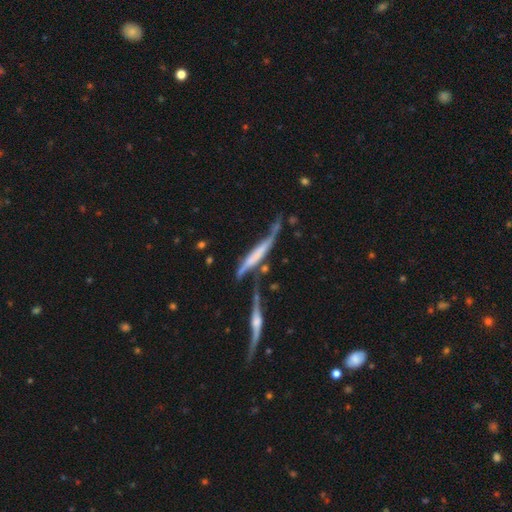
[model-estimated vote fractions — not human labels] The model was most divided on "merging": none: 33%, merger: 31%, minor disturbance: 19%, major disturbance: 17%. More confident: edge-on disk — yes (78%); smooth or featured — featured or disk (63%).